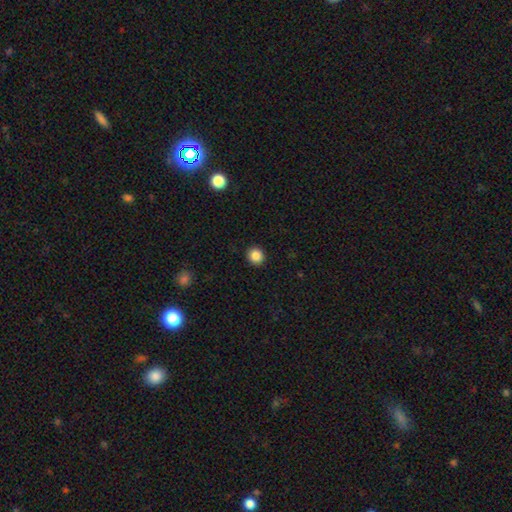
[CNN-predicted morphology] Overall: smooth (86%). How rounded: round (91%). Merging: none (92%).